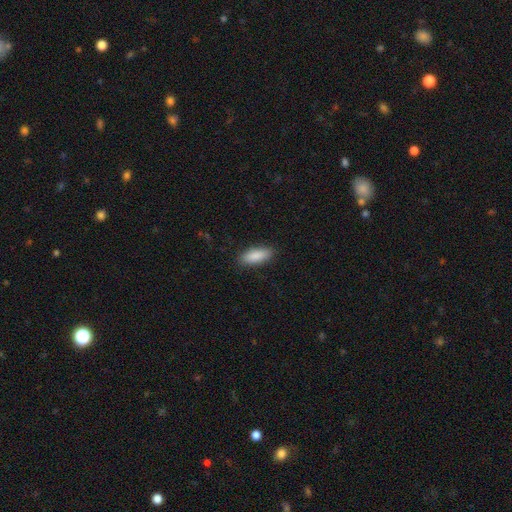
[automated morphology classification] smooth_or_featured: smooth (p=0.88) [alt: star or artifact p=0.06]
how_rounded: in between (p=0.76) [alt: cigar-shaped p=0.22]
merging: none (p=0.88) [alt: minor disturbance p=0.09]